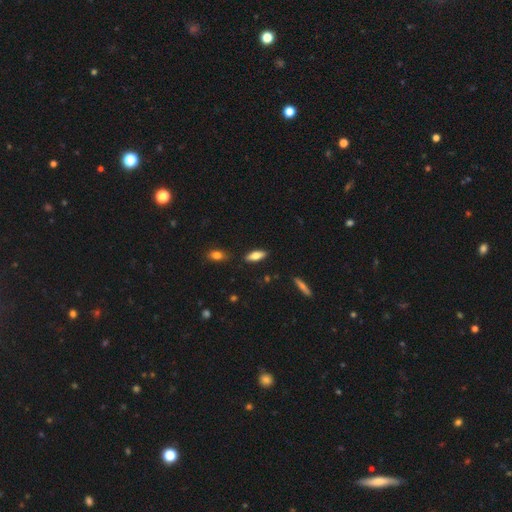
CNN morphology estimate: A smooth galaxy with no disk features (69%) that is in between round and cigar-shaped (66%). Merging: none (86%).